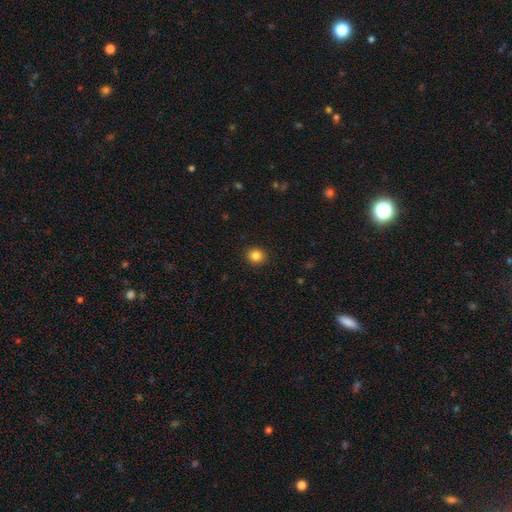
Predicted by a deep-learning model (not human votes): Morphology: type=smooth (85%); roundness=round (86%); merging=none (92%).